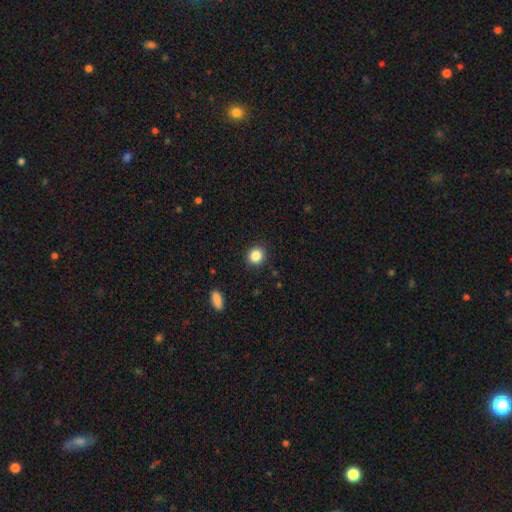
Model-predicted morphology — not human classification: type=smooth (86%); roundness=round (85%); merging=none (90%).